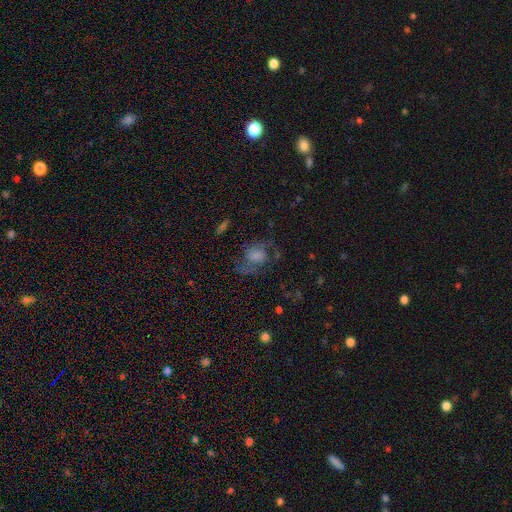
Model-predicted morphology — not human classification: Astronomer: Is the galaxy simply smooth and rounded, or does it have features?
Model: featured or disk — 47% (runner-up: smooth, 40%).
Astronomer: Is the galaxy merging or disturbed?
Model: none — 49% (runner-up: major disturbance, 27%).